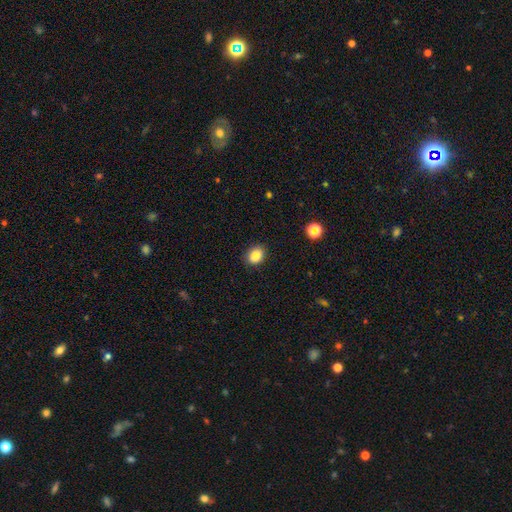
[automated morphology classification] This appears to be a smooth galaxy with no disk features (86%) that is in between round and cigar-shaped (52%). Merging: none (87%).